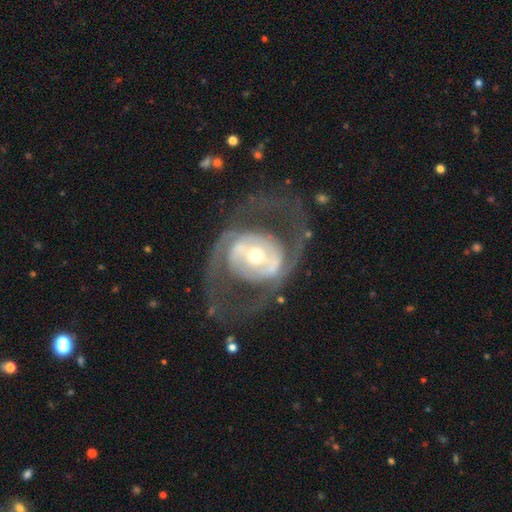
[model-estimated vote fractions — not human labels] The model was most divided on "bulge size": moderate: 53%, small: 37%, large: 7%, dominant: 1%, none: 1%. Remaining: edge-on disk — no (95%); smooth or featured — featured or disk (82%); spiral arm count — 2 (80%); spiral arms — yes (70%); merging — none (63%); bar — no (48%); spiral winding — medium (47%).